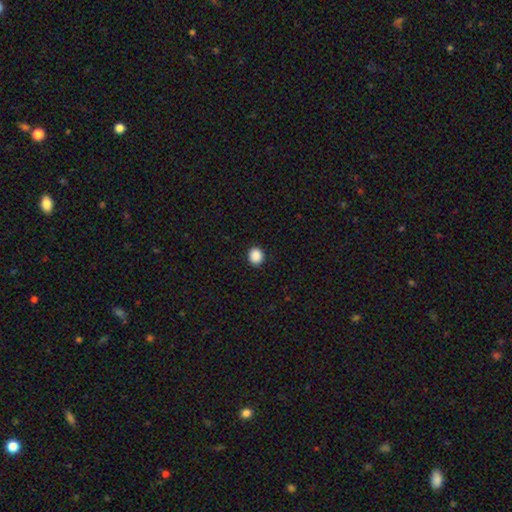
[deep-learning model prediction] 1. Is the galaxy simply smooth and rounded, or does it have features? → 89% smooth, 9% star or artifact, 2% featured or disk.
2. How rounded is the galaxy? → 78% round, 22% in between, 1% cigar-shaped.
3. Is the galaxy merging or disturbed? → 92% none, 6% minor disturbance, 2% major disturbance, 1% merger.